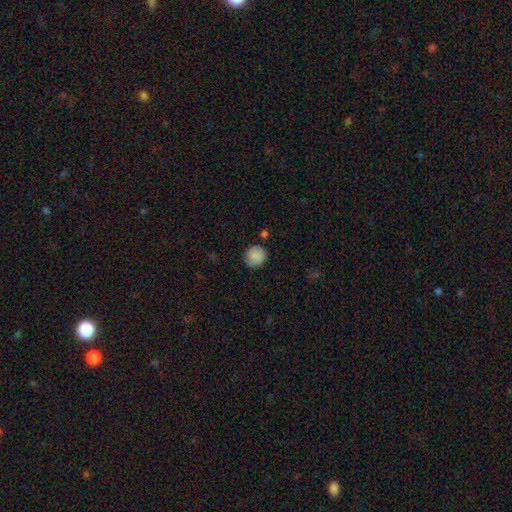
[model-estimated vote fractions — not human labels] Overall: smooth (88%). How rounded: round (89%). Merging: none (83%).